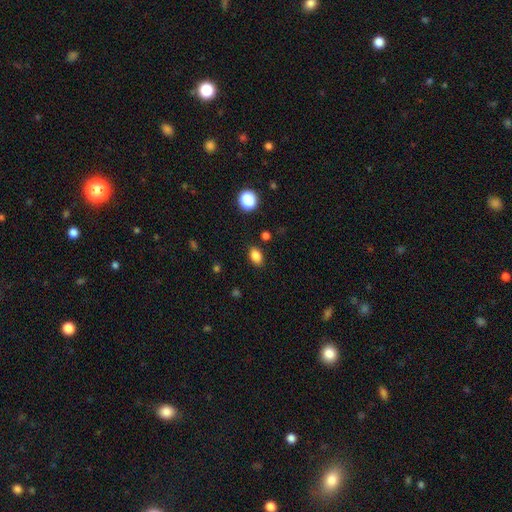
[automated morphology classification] This is clearly a smooth galaxy (84%). How rounded: clearly in between (80%). Merging: clearly none (86%).